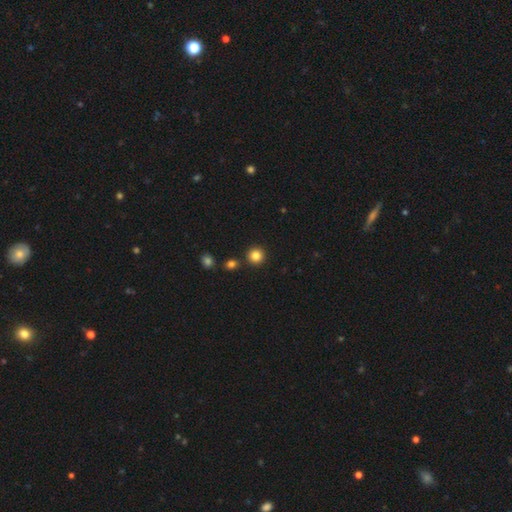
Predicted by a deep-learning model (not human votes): smooth_or_featured: smooth (p=0.84) [alt: star or artifact p=0.11]
how_rounded: round (p=0.94) [alt: in between p=0.05]
merging: none (p=0.89) [alt: minor disturbance p=0.05]